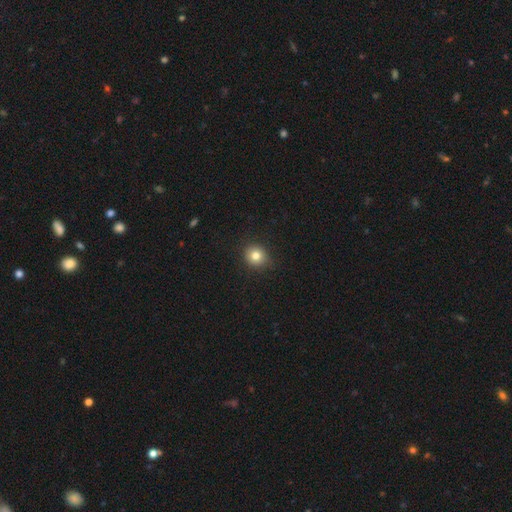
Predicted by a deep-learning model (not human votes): smooth_or_featured: smooth (p=0.80) [alt: star or artifact p=0.12]
how_rounded: round (p=0.85) [alt: in between p=0.14]
merging: none (p=0.87) [alt: minor disturbance p=0.10]